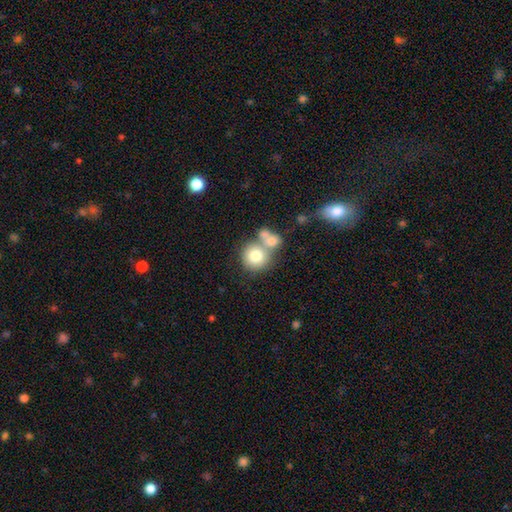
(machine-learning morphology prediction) smooth_or_featured: smooth (p=0.77) [alt: featured or disk p=0.15]
how_rounded: round (p=0.87) [alt: in between p=0.12]
merging: merger (p=0.44) [alt: none p=0.42]